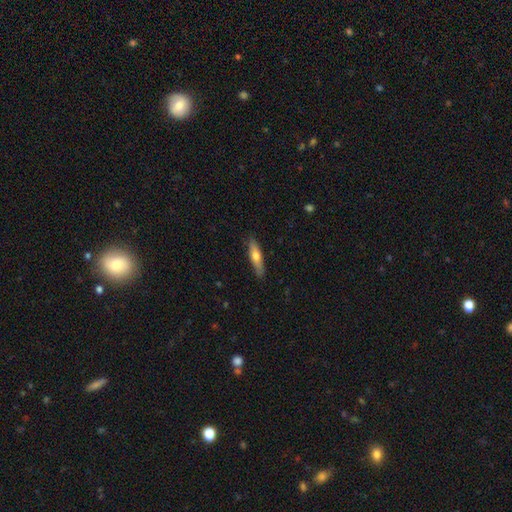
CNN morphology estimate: type=smooth (61%); roundness=cigar-shaped (74%); merging=none (86%).